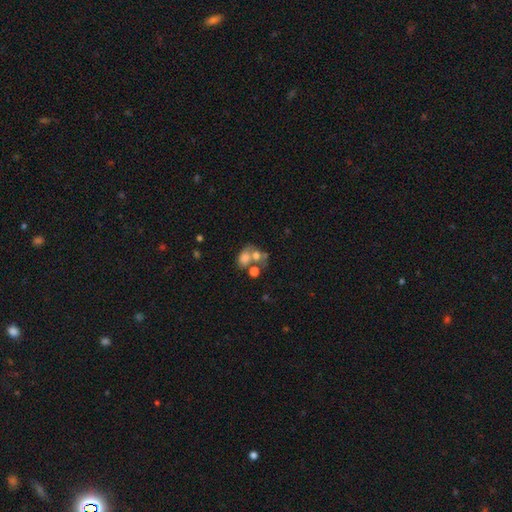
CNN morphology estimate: This appears to be a smooth galaxy with no disk features (50%). Merging: merger (54%).